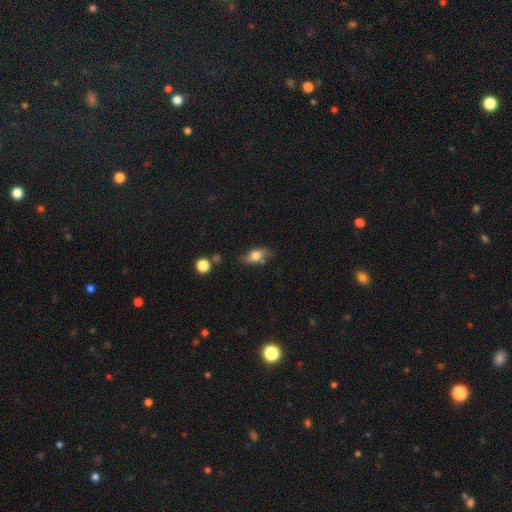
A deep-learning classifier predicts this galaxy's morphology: Smooth or featured? smooth (65%)
How rounded? in between (78%)
Merging? none (68%)